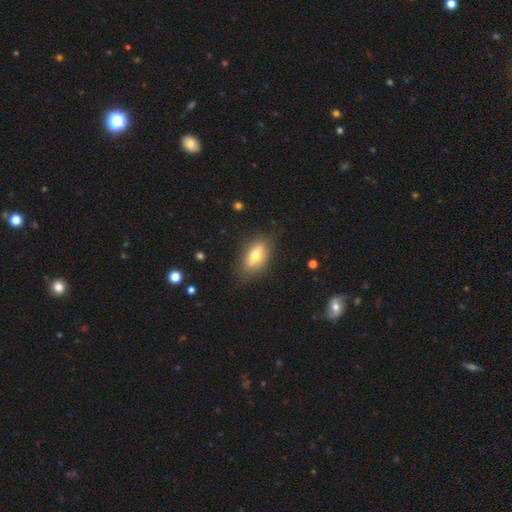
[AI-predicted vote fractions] Smooth or featured? smooth (66%)
How rounded? in between (84%)
Merging? none (81%)